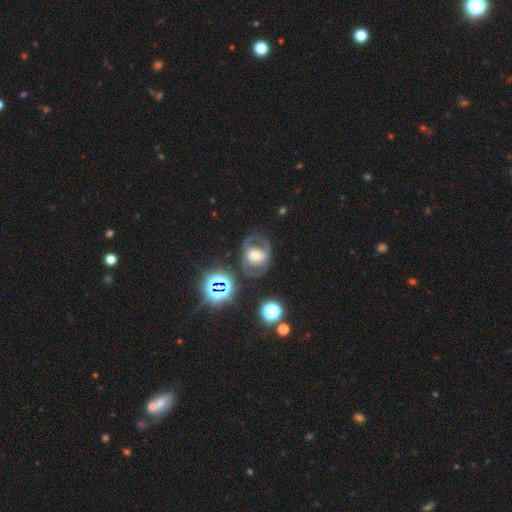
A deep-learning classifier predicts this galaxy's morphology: Overall: featured or disk (61%; smooth 26%). Edge-on disk: no (95%). Bar: no (45%; weak 30%). Spiral arms: yes (54%; no 46%). Bulge size: moderate (52%; small 22%). Merging: none (63%).